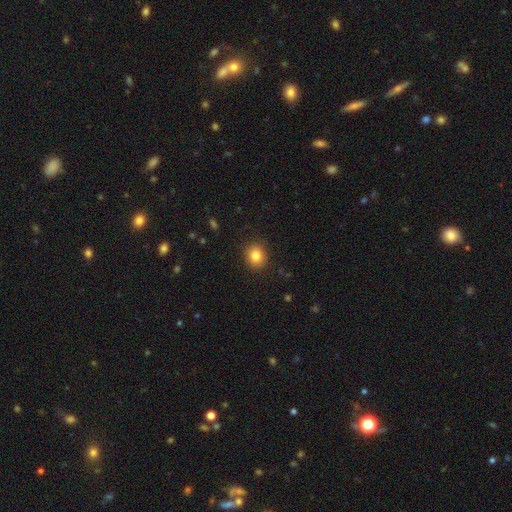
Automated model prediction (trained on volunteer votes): Overall: smooth (83%). How rounded: round (78%). Merging: none (89%).